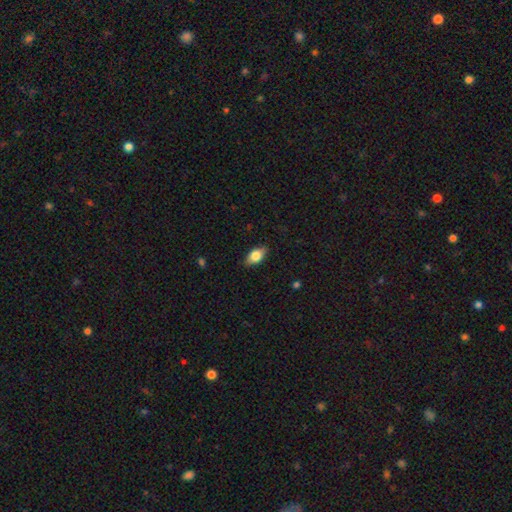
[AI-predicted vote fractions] Q: Smooth or featured?
A: smooth (77%); runner-up: featured or disk (16%)
Q: How rounded?
A: in between (88%); runner-up: round (7%)
Q: Merging?
A: none (85%); runner-up: minor disturbance (11%)